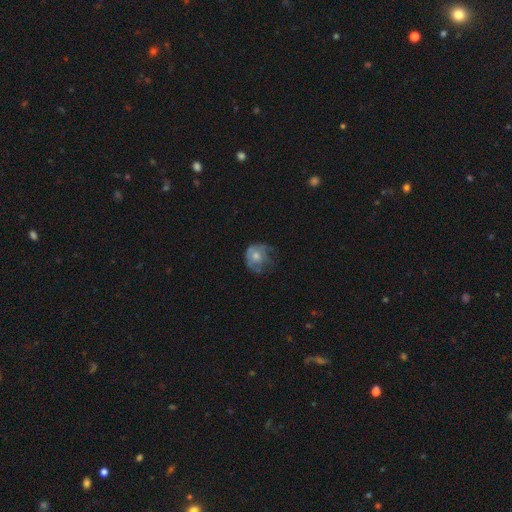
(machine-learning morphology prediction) type=smooth (48%); merging=none (41%).